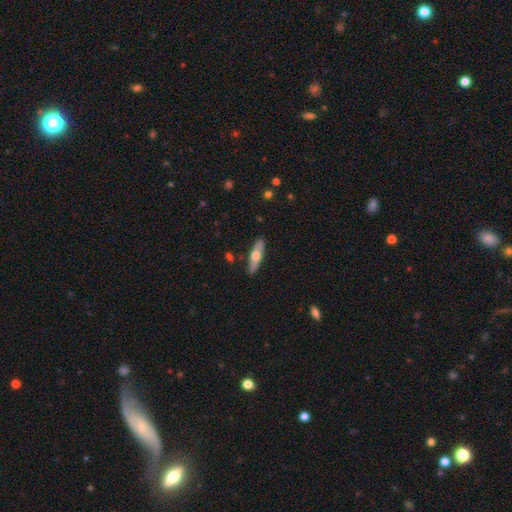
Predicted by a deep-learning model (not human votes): A smooth galaxy with no disk features (53%) that is cigar-shaped (61%). Merging: none (88%).